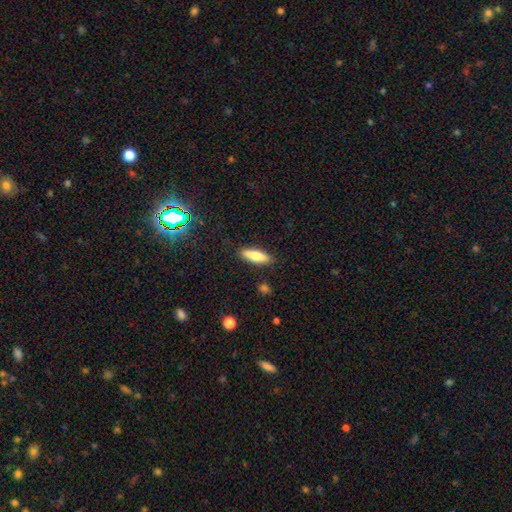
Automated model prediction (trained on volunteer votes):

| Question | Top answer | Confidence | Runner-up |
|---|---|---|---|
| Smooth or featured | smooth | 75% | featured or disk (18%) |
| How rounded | cigar-shaped | 50% | in between (48%) |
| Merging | none | 87% | minor disturbance (9%) |